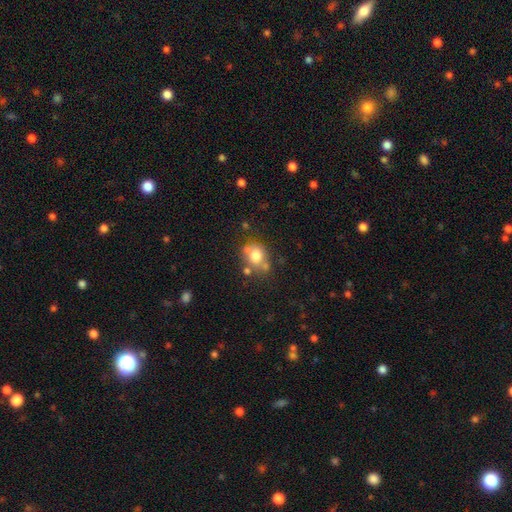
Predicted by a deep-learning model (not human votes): Q: Smooth or featured?
A: smooth (71%); runner-up: featured or disk (18%)
Q: How rounded?
A: round (61%); runner-up: in between (38%)
Q: Merging?
A: none (52%); runner-up: merger (20%)